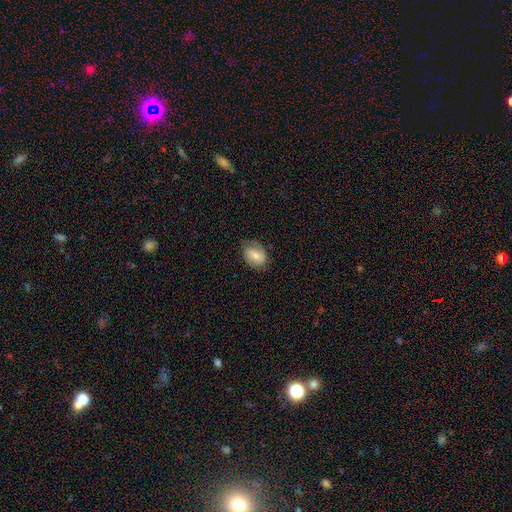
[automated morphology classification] smooth_or_featured: featured or disk (p=0.48) [alt: smooth p=0.44]
merging: none (p=0.71) [alt: minor disturbance p=0.21]